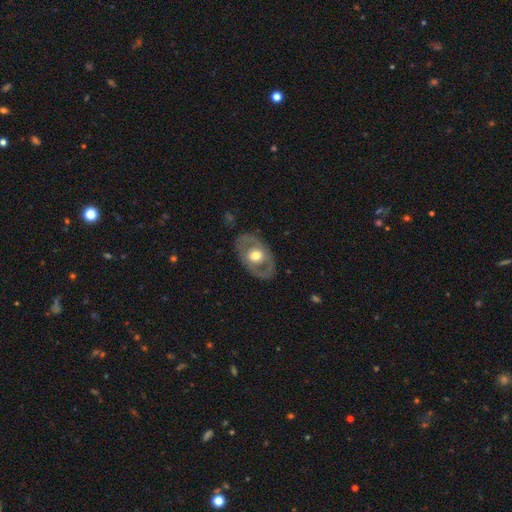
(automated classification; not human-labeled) This appears to be a featured or disk galaxy (61%) with no bar (74%), no spiral arms (73%) and a moderate central bulge (68%). Merging: none (81%).